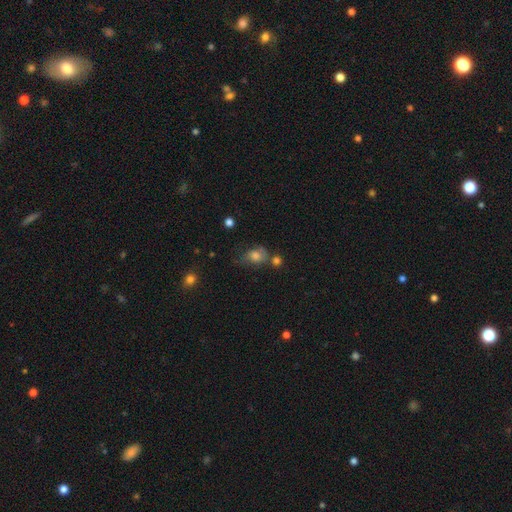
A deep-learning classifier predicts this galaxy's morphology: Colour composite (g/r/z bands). It shows a smooth galaxy with no disk features (59%) that is in between round and cigar-shaped (54%). Merging: none (43%).